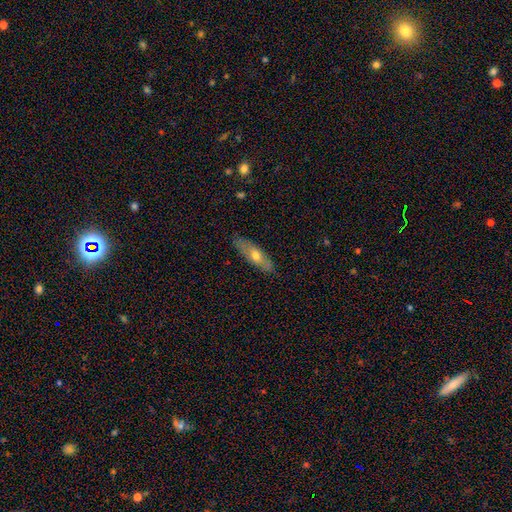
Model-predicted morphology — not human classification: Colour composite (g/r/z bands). It shows a smooth galaxy with no disk features (57%) that is in between round and cigar-shaped (49%, tied with cigar-shaped). Merging: none (84%).